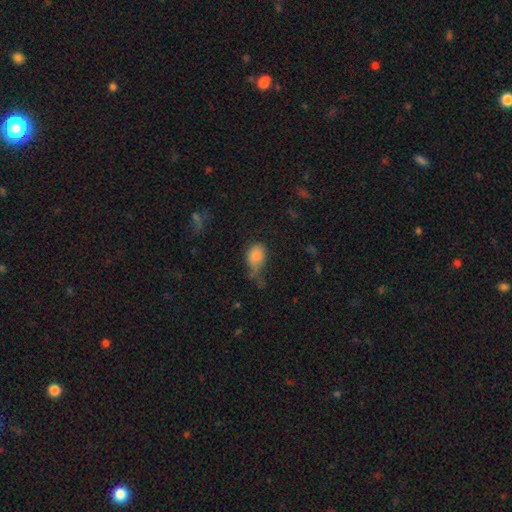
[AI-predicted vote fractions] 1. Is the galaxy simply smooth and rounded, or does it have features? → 80% smooth, 10% star or artifact, 9% featured or disk.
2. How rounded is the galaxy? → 75% in between, 23% round, 2% cigar-shaped.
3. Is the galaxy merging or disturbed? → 34% minor disturbance, 30% none, 28% major disturbance, 9% merger.